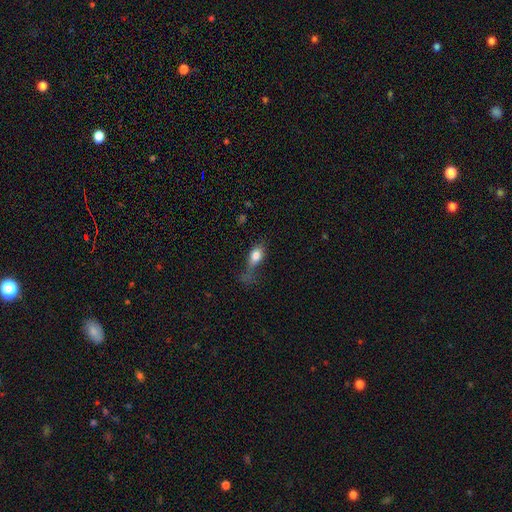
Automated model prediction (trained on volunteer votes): Overall: smooth (74%). How rounded: in between (73%). Merging: major disturbance (40%; none 29%).